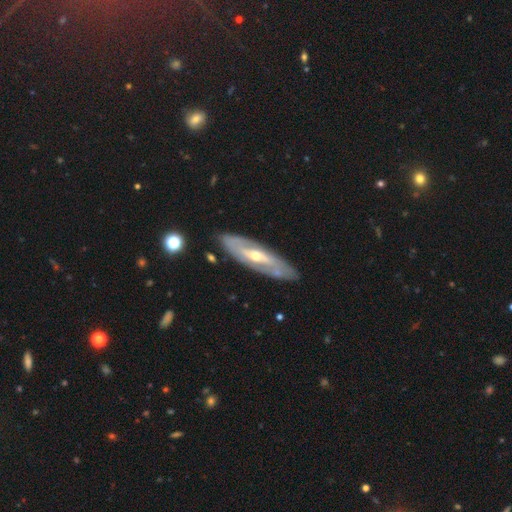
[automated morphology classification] featured or disk 78%, smooth 17%, star or artifact 5%. Down the decision tree: edge-on disk — no (70%); bar — no (38%); spiral arms — yes (66%); bulge size — moderate (51%); merging — none (83%).